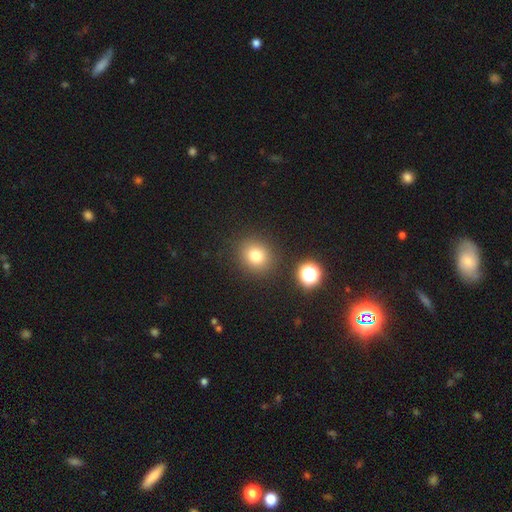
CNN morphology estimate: This is likely a smooth galaxy (78%). How rounded: clearly round (83%). Merging: clearly none (87%).